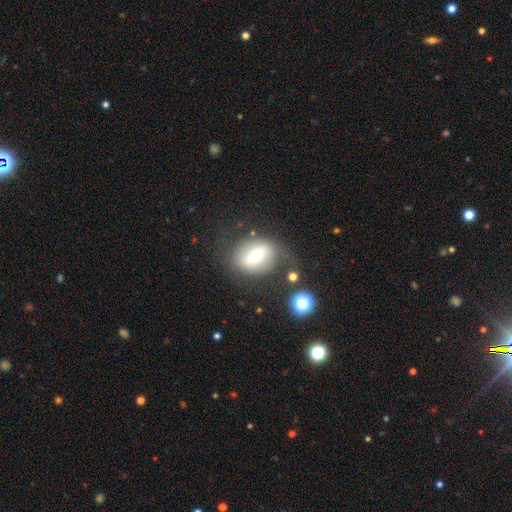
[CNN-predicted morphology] Smooth or featured? Predicted: smooth (p=0.49). Merging? Predicted: none (p=0.63).